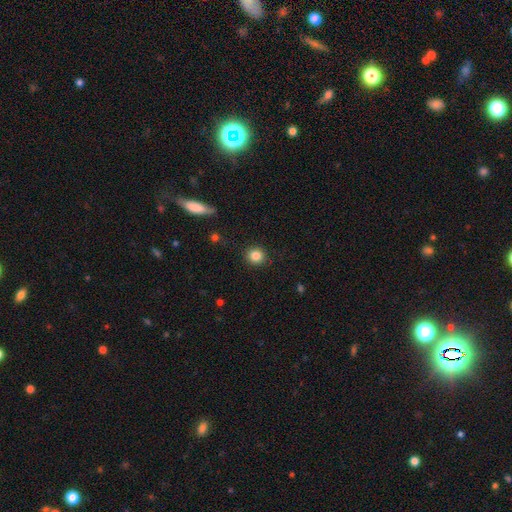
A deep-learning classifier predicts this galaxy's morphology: Q: Smooth or featured?
A: smooth (85%); runner-up: star or artifact (10%)
Q: How rounded?
A: round (89%); runner-up: in between (10%)
Q: Merging?
A: none (90%); runner-up: minor disturbance (7%)